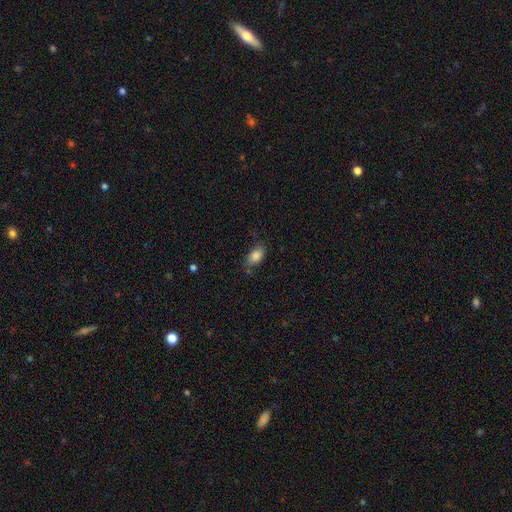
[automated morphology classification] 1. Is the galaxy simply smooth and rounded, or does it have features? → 83% smooth, 9% featured or disk, 8% star or artifact.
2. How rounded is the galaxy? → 89% in between, 6% round, 5% cigar-shaped.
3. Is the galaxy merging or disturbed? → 69% none, 22% minor disturbance, 6% major disturbance, 3% merger.